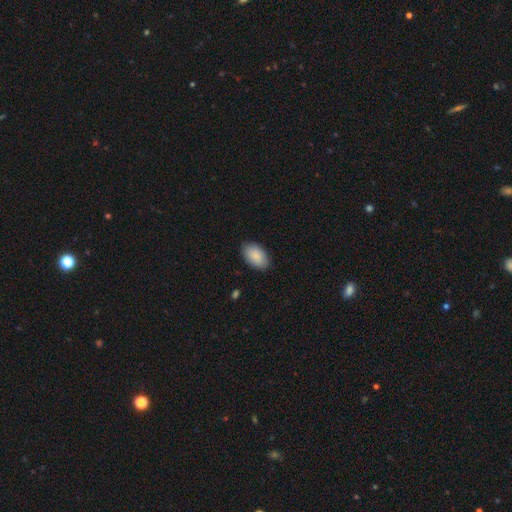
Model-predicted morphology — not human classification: A smooth galaxy with no disk features (89%) that is in between round and cigar-shaped (94%). Merging: none (86%).